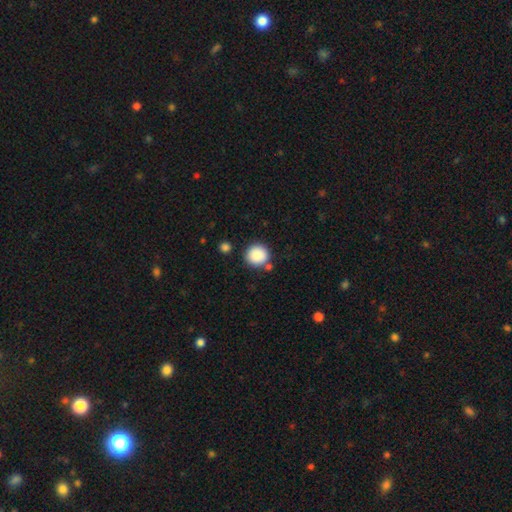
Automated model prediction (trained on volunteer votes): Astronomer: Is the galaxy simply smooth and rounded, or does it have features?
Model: smooth — 88%.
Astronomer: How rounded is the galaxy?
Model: round — 90%.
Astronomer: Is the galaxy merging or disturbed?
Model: none — 79%.